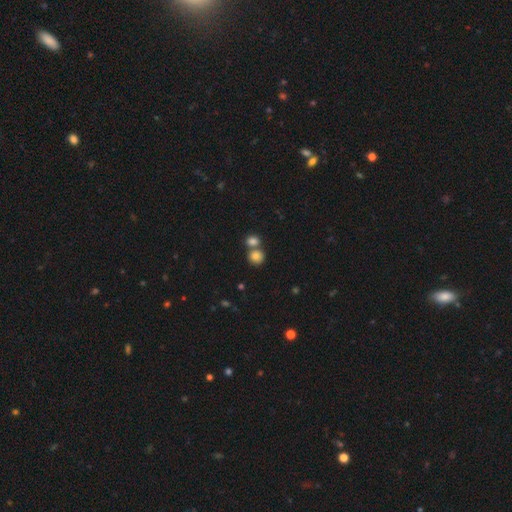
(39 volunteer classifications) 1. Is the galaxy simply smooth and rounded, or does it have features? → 95% smooth, 5% featured or disk, 0% star or artifact.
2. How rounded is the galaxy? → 97% round, 3% in between, 0% cigar-shaped.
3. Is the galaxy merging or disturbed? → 59% none, 31% merger, 5% minor disturbance, 5% major disturbance.